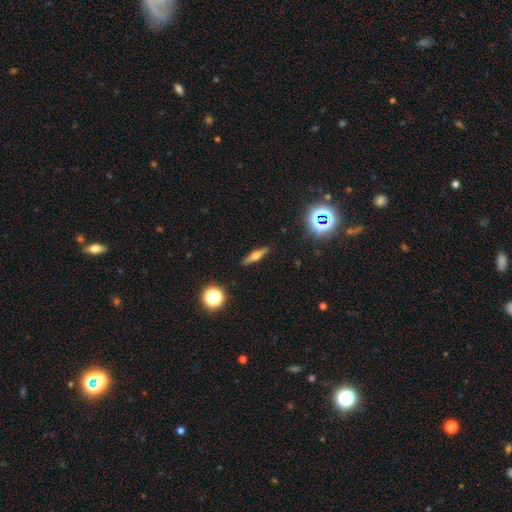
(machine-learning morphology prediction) Smooth or featured: featured or disk — 54% (smooth — 35%)
Edge-on disk: yes — 95% (no — 5%)
Edge-on bulge: rounded — 91% (boxy — 5%)
Merging: none — 90% (minor disturbance — 7%)